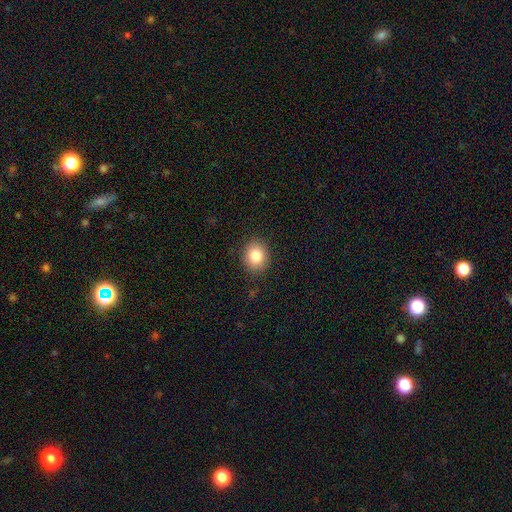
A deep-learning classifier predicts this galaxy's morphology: type=smooth (83%); roundness=round (65%); merging=none (89%).